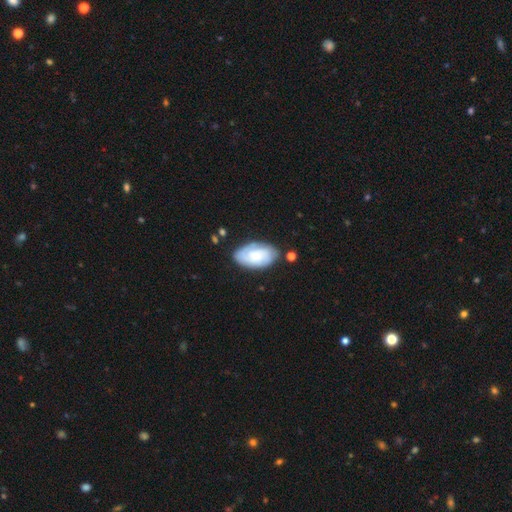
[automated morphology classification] This appears to be a smooth galaxy with no disk features (50%). Merging: none (73%).